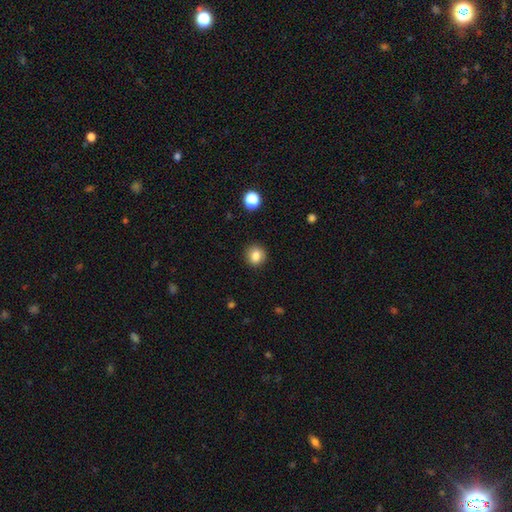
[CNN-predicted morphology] The model was most divided on "how rounded": round: 84%, in between: 15%, cigar-shaped: 1%. More confident: merging — none (89%); smooth or featured — smooth (84%).